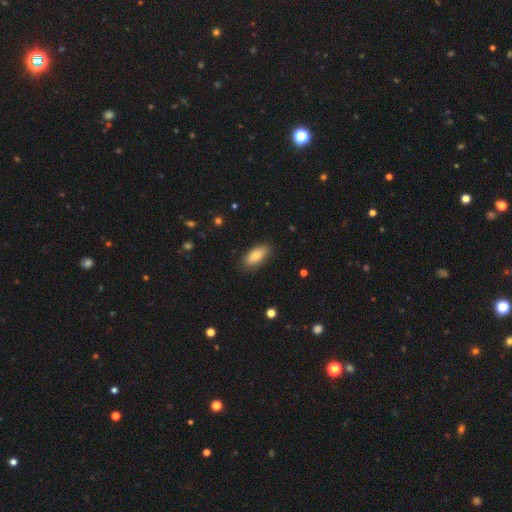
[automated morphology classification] Smooth or featured? Predicted: smooth (p=0.82). How rounded? Predicted: in between (p=0.88). Merging? Predicted: none (p=0.85).